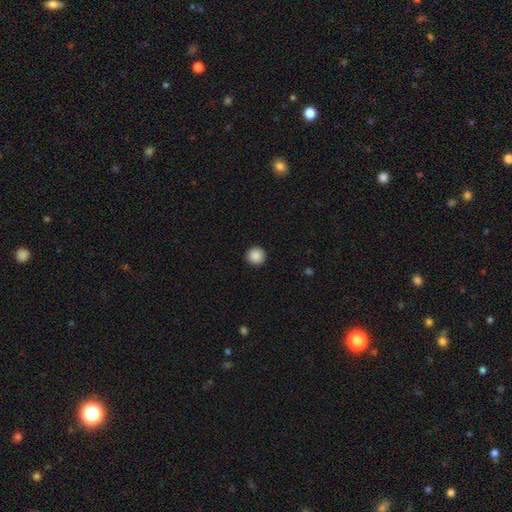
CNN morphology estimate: Overall: smooth (89%). How rounded: round (96%). Merging: none (93%).